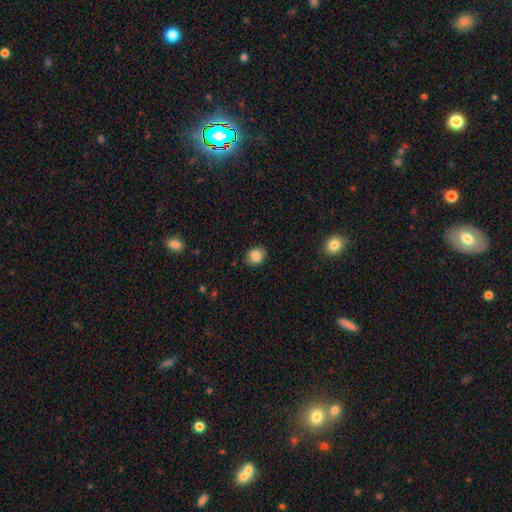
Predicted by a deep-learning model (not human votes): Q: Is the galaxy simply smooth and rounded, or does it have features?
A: smooth — 84%.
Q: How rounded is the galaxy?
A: round — 63%.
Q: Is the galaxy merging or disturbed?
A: none — 87%.